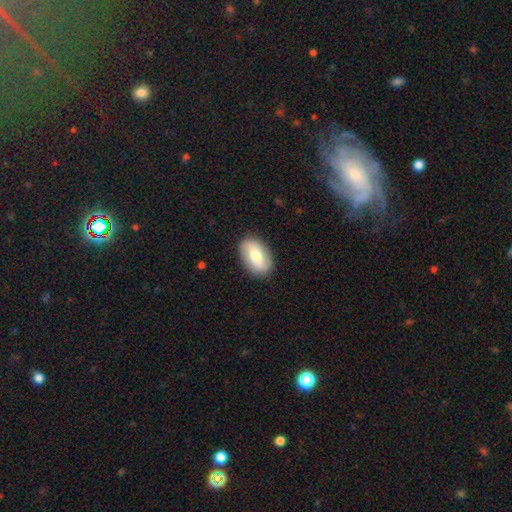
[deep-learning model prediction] Overall: smooth (58%; featured or disk 36%). How rounded: in between (90%). Merging: none (87%).